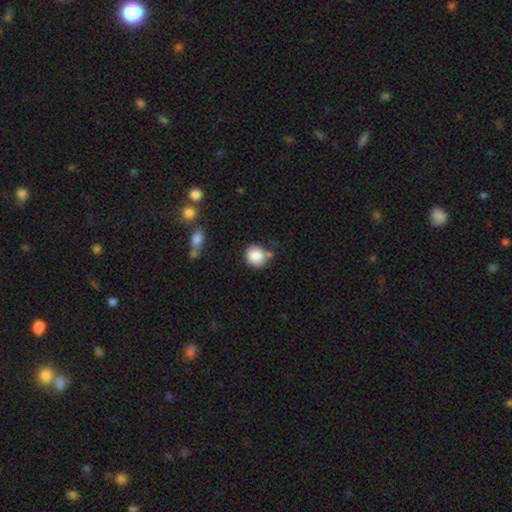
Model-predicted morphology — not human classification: type=smooth (86%); roundness=round (79%); merging=none (69%).